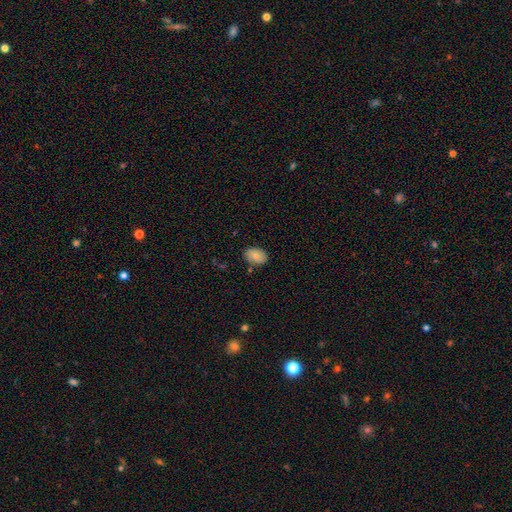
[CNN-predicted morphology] This appears to be a smooth galaxy with no disk features (80%) that is in between round and cigar-shaped (80%). Merging: none (80%).